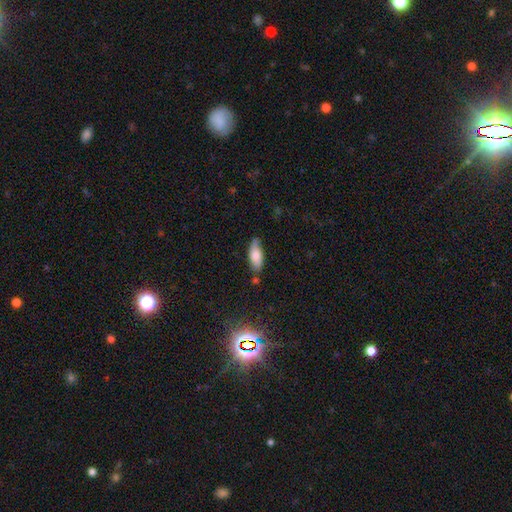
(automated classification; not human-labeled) Overall: smooth (76%). How rounded: in between (76%). Merging: none (67%).